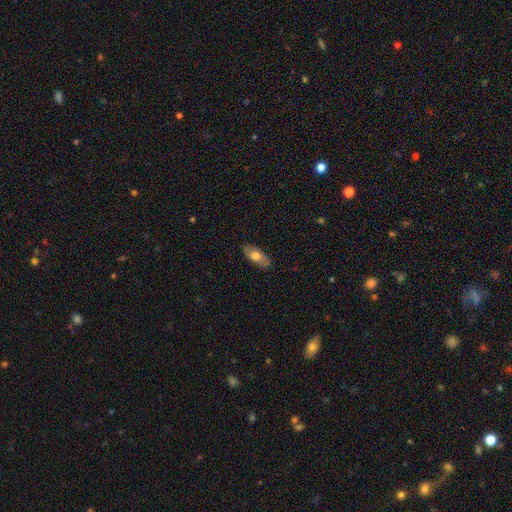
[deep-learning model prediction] smooth_or_featured: smooth (p=0.68) [alt: featured or disk p=0.26]
how_rounded: in between (p=0.83) [alt: cigar-shaped p=0.14]
merging: none (p=0.82) [alt: minor disturbance p=0.14]